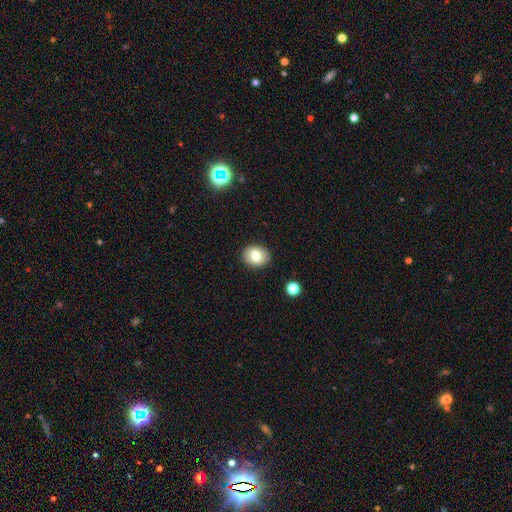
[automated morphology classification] Smooth or featured? smooth (77%)
How rounded? round (54%)
Merging? none (88%)